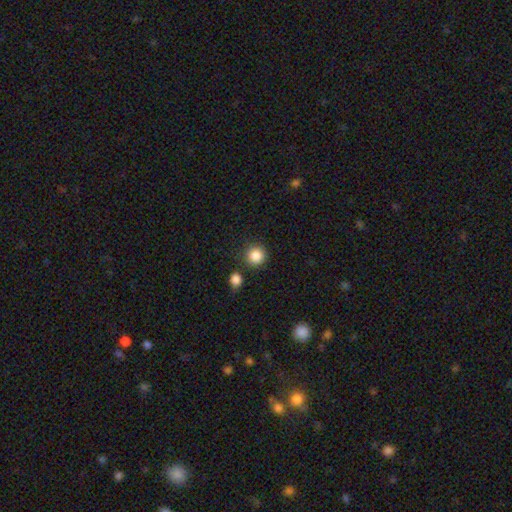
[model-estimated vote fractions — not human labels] A smooth galaxy with no disk features (86%) that is round (93%).

Vote fractions:
- Smooth or featured? smooth: 86% / star or artifact: 10% / featured or disk: 4%
- How rounded? round: 93% / in between: 6% / cigar-shaped: 1%
- Merging? none: 83% / minor disturbance: 8% / merger: 6% / major disturbance: 3%